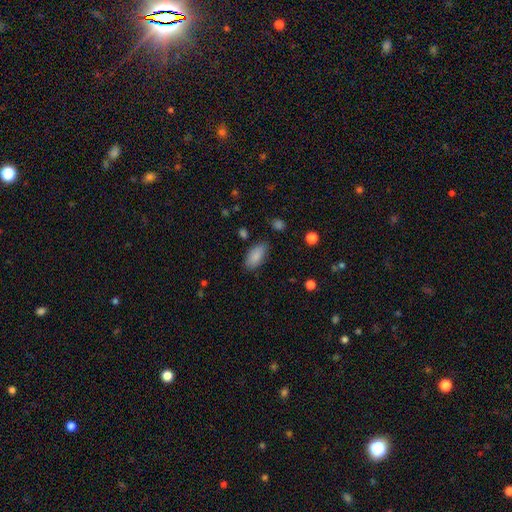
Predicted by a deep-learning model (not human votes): Smooth or featured?
  - smooth: 87% *
  - star or artifact: 7%
  - featured or disk: 6%
How rounded?
  - in between: 91% *
  - cigar-shaped: 7%
  - round: 2%
Merging?
  - none: 82% *
  - minor disturbance: 13%
  - major disturbance: 3%
  - merger: 2%